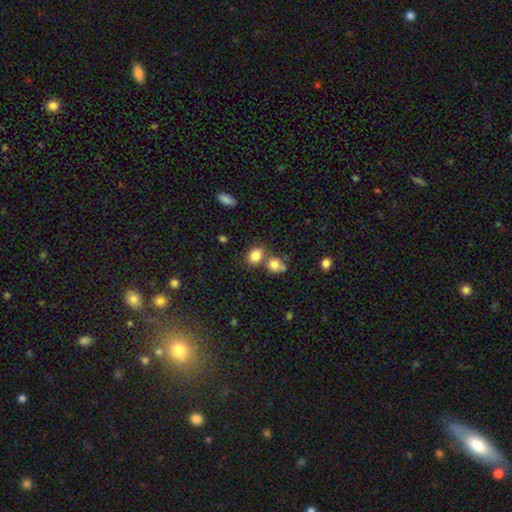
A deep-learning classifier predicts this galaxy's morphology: type=smooth (83%); roundness=round (53%); merging=none (58%).